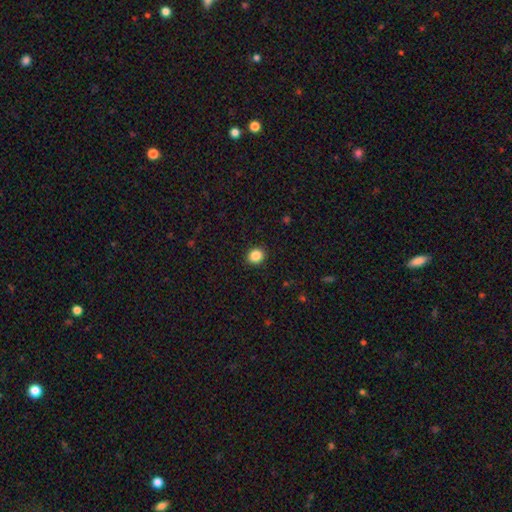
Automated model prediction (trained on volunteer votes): Smooth or featured?
  - smooth: 86% *
  - star or artifact: 10%
  - featured or disk: 4%
How rounded?
  - round: 80% *
  - in between: 19%
  - cigar-shaped: 1%
Merging?
  - none: 92% *
  - minor disturbance: 5%
  - major disturbance: 2%
  - merger: 1%